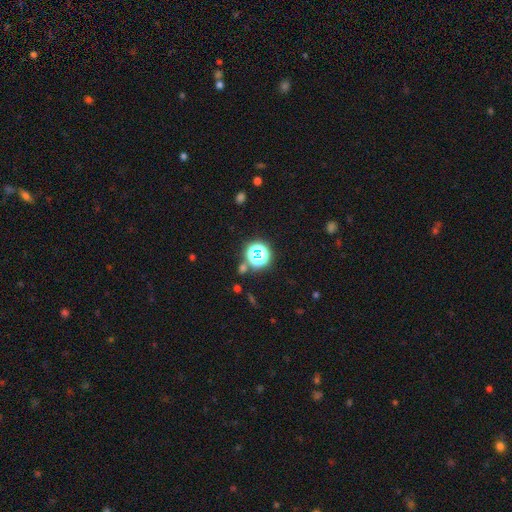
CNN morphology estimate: The model was most divided on "smooth or featured": star or artifact: 63%, smooth: 28%, featured or disk: 9%.